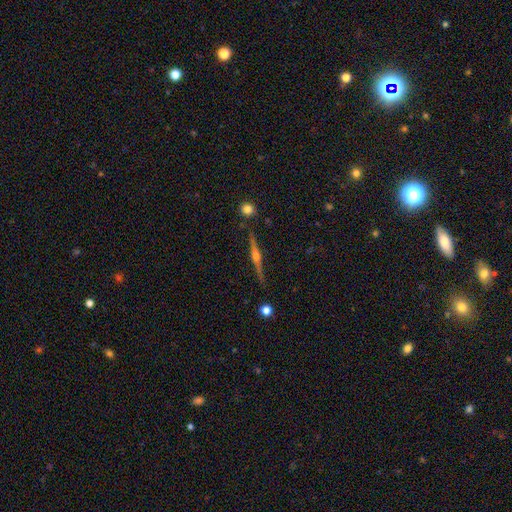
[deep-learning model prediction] A featured or disk galaxy (85%) viewed edge-on (98%) with a rounded central bulge (89%). Merging: none (89%).